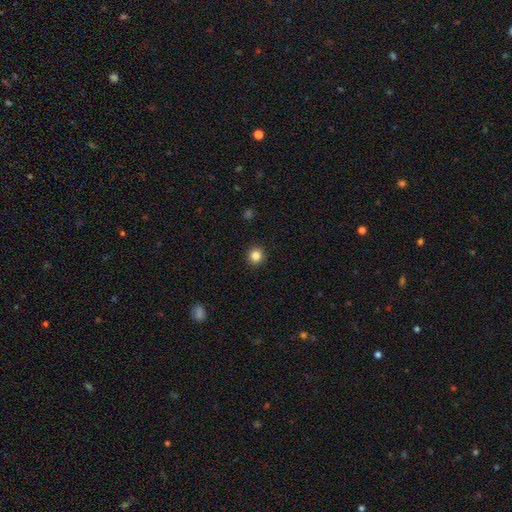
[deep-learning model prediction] Q: Smooth or featured?
A: smooth (84%); runner-up: star or artifact (11%)
Q: How rounded?
A: round (93%); runner-up: in between (6%)
Q: Merging?
A: none (92%); runner-up: minor disturbance (5%)